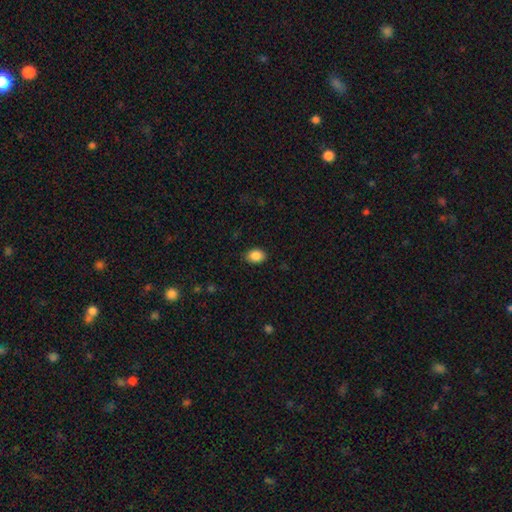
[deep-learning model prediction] Smooth or featured? smooth (88%)
How rounded? in between (71%)
Merging? none (85%)